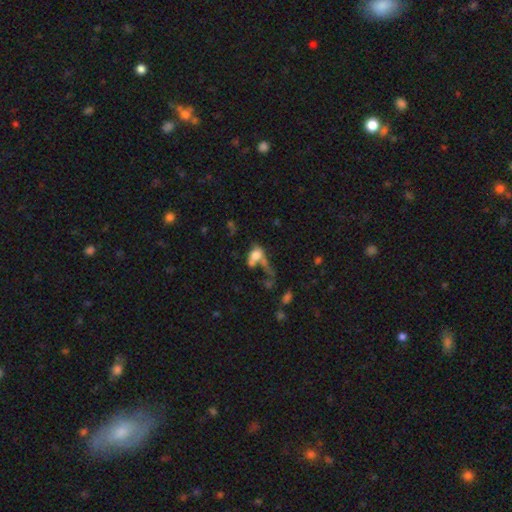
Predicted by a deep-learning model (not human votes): Overall: smooth (57%; featured or disk 29%). How rounded: in between (69%). Merging: merger (35%; major disturbance 32%).